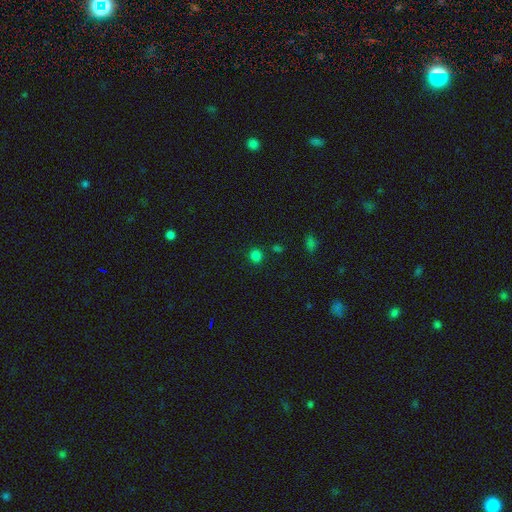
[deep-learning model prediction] smooth 79%, star or artifact 18%, featured or disk 4%. Down the decision tree: how rounded — round (89%); merging — none (86%).